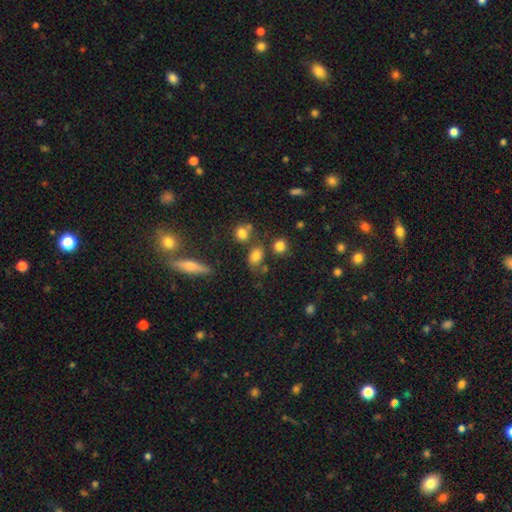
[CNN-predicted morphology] Smooth or featured?
  - smooth: 78% *
  - star or artifact: 13%
  - featured or disk: 9%
How rounded?
  - in between: 62% *
  - round: 34%
  - cigar-shaped: 4%
Merging?
  - none: 66% *
  - minor disturbance: 15%
  - merger: 13%
  - major disturbance: 6%